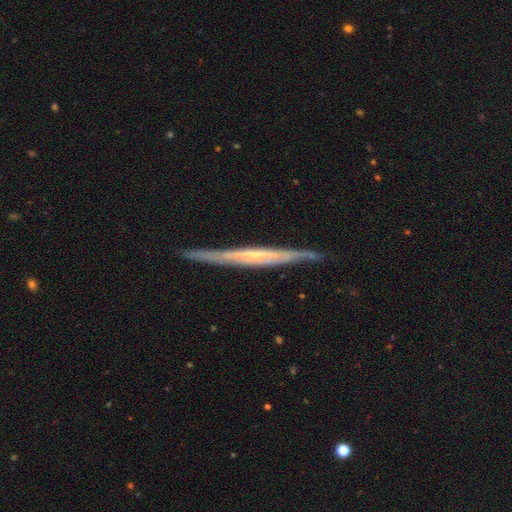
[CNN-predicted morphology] smooth-or-featured: featured or disk: 76% | smooth: 18% | star or artifact: 5%
  disk-edge-on: yes: 96% | no: 4%
    edge-on-bulge: none: 58% | rounded: 30% | boxy: 12%
  merging: none: 86% | minor disturbance: 11% | major disturbance: 2% | merger: 1%